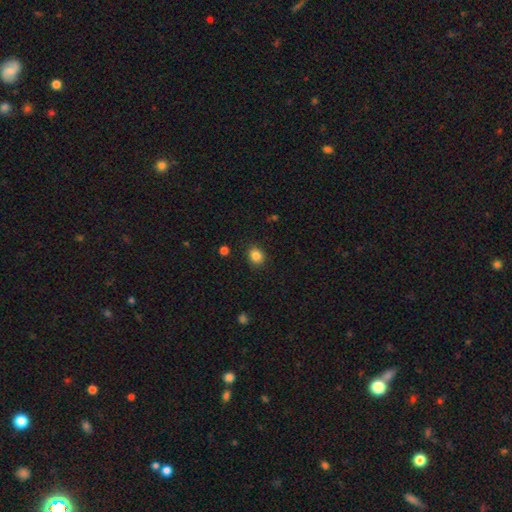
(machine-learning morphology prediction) The model was most divided on "how rounded": round: 73%, in between: 27%, cigar-shaped: 1%. More confident: merging — none (87%); smooth or featured — smooth (85%).